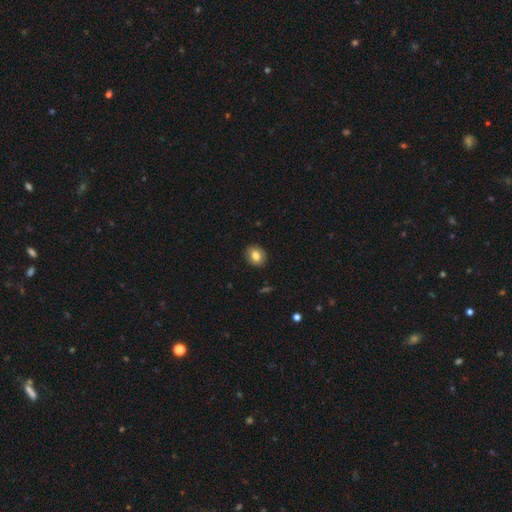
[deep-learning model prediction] A smooth galaxy with no disk features (81%) that is round (52%).

Vote fractions:
- Smooth or featured? smooth: 81% / featured or disk: 11% / star or artifact: 8%
- How rounded? round: 52% / in between: 47% / cigar-shaped: 1%
- Merging? none: 89% / minor disturbance: 8% / major disturbance: 2% / merger: 1%